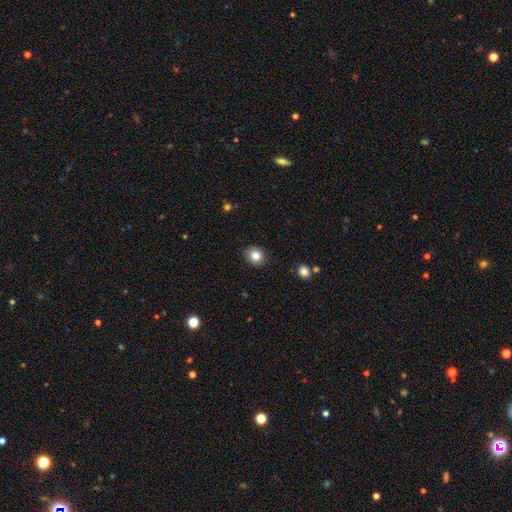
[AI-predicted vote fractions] smooth 83%, star or artifact 10%, featured or disk 7%. Down the decision tree: how rounded — round (73%); merging — none (91%).